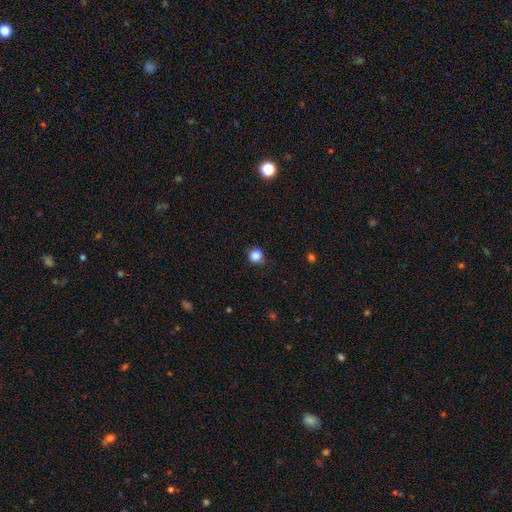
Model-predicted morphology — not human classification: Q: Smooth or featured?
A: smooth (85%); runner-up: star or artifact (11%)
Q: How rounded?
A: round (92%); runner-up: in between (7%)
Q: Merging?
A: none (85%); runner-up: minor disturbance (11%)